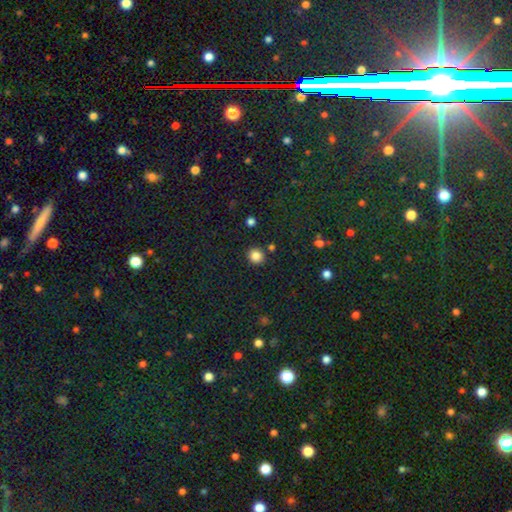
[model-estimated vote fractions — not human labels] Overall: smooth (84%). How rounded: round (89%). Merging: none (88%).